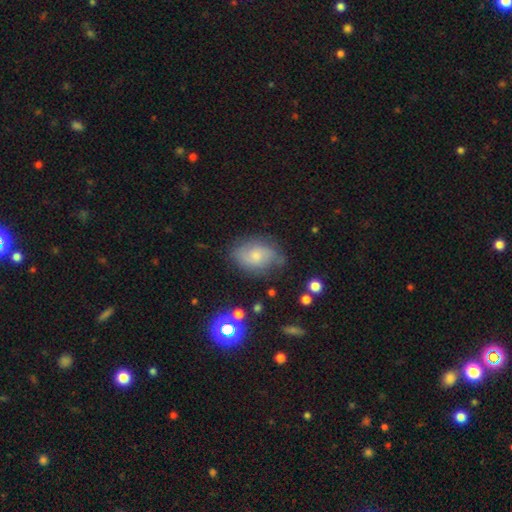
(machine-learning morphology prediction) A smooth galaxy with no disk features (51%) that is in between round and cigar-shaped (76%).

Vote fractions:
- Smooth or featured? smooth: 51% / featured or disk: 38% / star or artifact: 11%
- How rounded? in between: 76% / round: 23% / cigar-shaped: 2%
- Merging? none: 62% / minor disturbance: 26% / major disturbance: 9% / merger: 2%